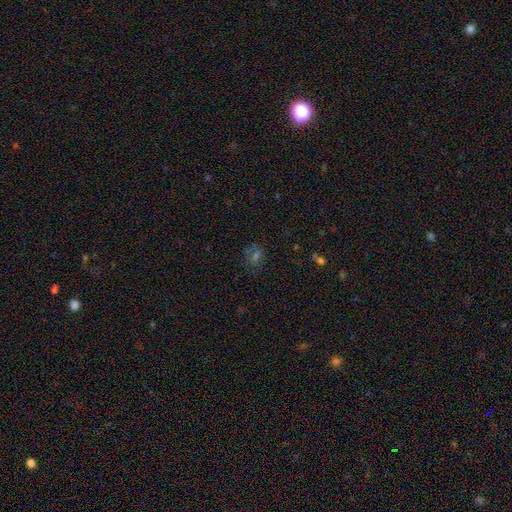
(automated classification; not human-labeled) Morphology: type=smooth (41%); merging=none (72%).